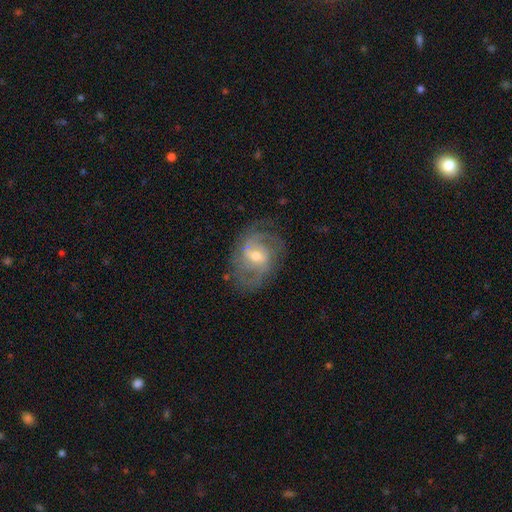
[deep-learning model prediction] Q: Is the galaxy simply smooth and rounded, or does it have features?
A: featured or disk — 84%.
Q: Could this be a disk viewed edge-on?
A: no — 97%.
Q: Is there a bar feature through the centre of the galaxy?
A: weak — 51%.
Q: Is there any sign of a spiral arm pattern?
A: yes — 94%.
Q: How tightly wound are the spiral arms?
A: medium — 47%.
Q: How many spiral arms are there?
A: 2 — 52%.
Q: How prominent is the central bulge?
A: moderate — 56%.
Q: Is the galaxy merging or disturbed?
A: none — 71%.